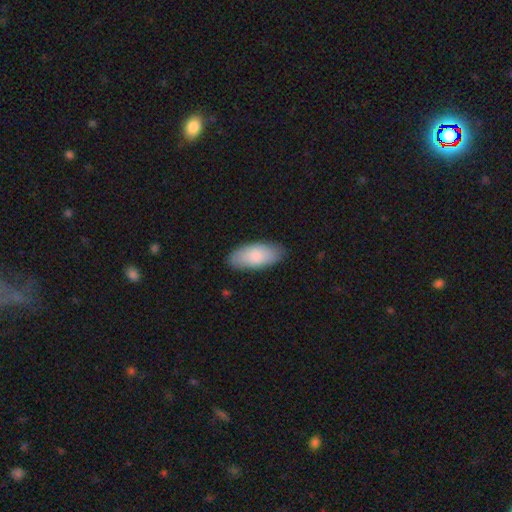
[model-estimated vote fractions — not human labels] smooth-or-featured: smooth: 84% | featured or disk: 11% | star or artifact: 5%
  how-rounded: in between: 90% | cigar-shaped: 8% | round: 2%
  merging: none: 84% | minor disturbance: 13% | major disturbance: 2% | merger: 1%